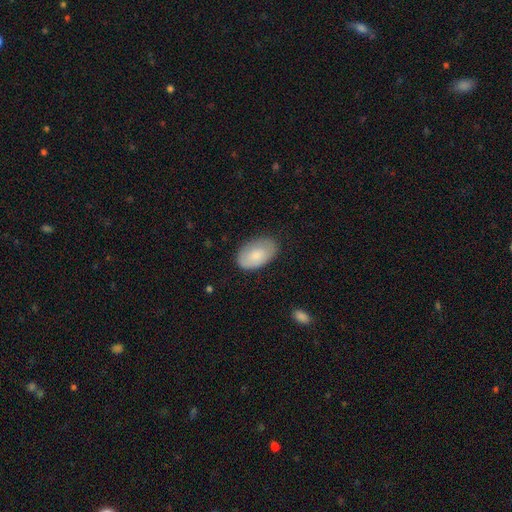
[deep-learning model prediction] Q: Smooth or featured?
A: smooth (78%); runner-up: featured or disk (16%)
Q: How rounded?
A: in between (93%); runner-up: round (6%)
Q: Merging?
A: none (79%); runner-up: minor disturbance (16%)